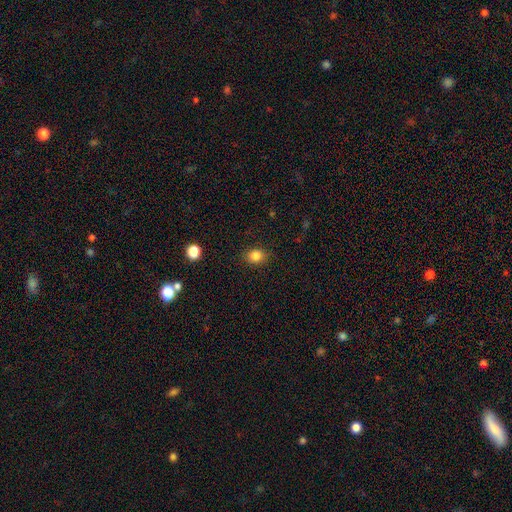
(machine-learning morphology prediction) Smooth or featured?
  - smooth: 83% *
  - star or artifact: 11%
  - featured or disk: 6%
How rounded?
  - round: 51% *
  - in between: 48%
  - cigar-shaped: 1%
Merging?
  - none: 87% *
  - minor disturbance: 9%
  - major disturbance: 2%
  - merger: 1%